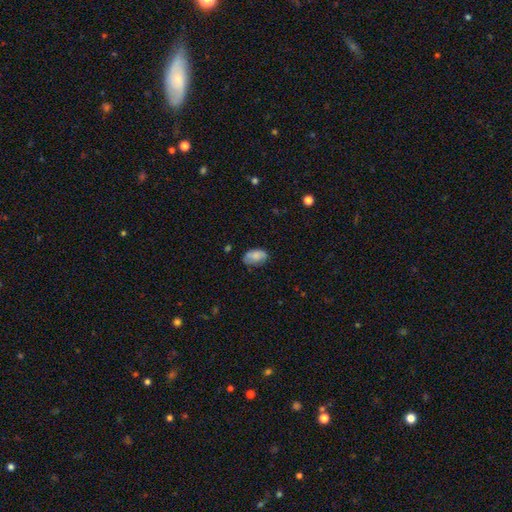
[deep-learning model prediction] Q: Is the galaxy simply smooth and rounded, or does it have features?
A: smooth — 77%.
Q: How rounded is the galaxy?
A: in between — 92%.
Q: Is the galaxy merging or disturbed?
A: none — 65%.